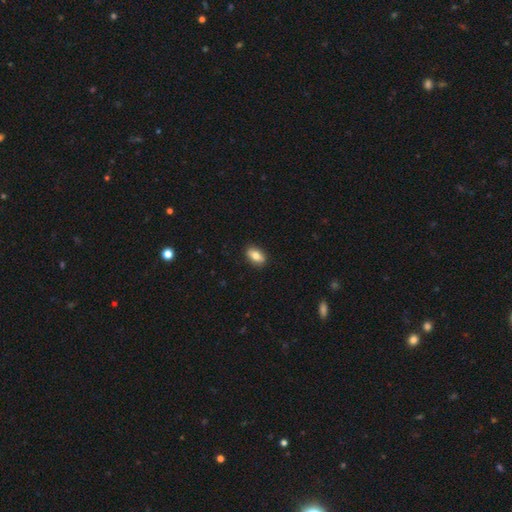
Smooth or featured? 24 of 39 (62%) said smooth. How rounded? 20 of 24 (83%) said in between. Merging? 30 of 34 (88%) said none.